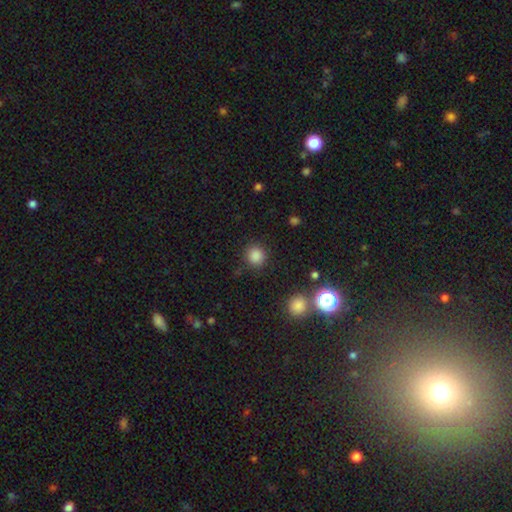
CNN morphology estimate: Smooth or featured? Predicted: smooth (p=0.84). How rounded? Predicted: round (p=0.89). Merging? Predicted: none (p=0.87).